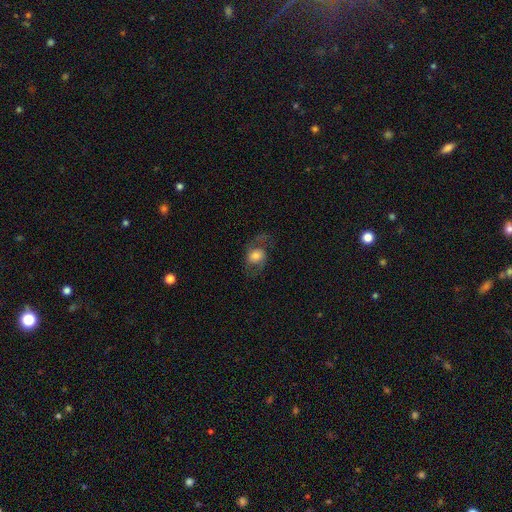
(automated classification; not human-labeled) A featured or disk galaxy (49%). Merging: none (61%).